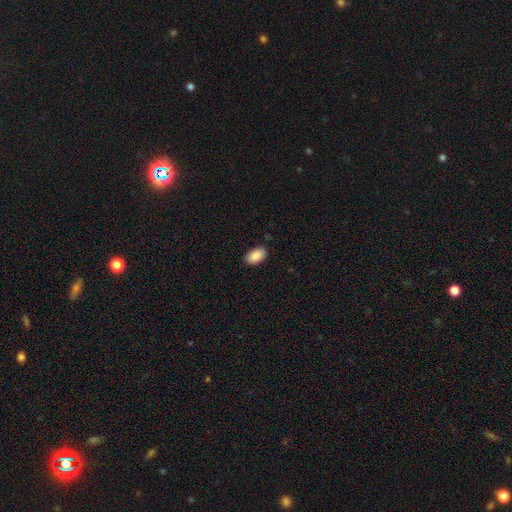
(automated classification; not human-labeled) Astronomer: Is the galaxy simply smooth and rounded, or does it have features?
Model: smooth — 90%.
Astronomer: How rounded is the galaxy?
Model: in between — 94%.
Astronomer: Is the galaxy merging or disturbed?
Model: none — 88%.